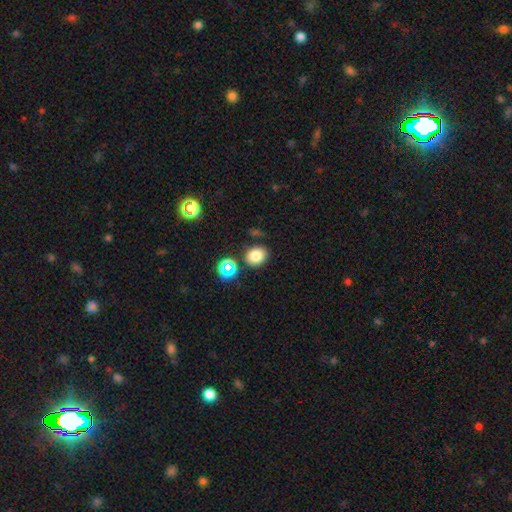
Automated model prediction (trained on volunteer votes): This appears to be a smooth galaxy with no disk features (78%) that is round (67%). Merging: none (79%).